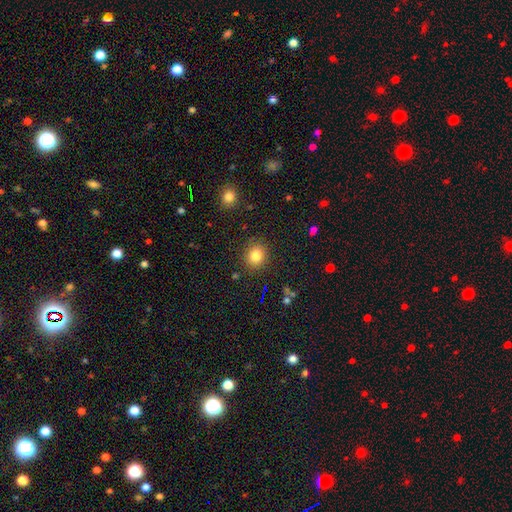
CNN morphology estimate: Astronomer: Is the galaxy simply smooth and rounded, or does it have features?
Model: smooth — 82%.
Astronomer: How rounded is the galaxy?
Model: round — 76%.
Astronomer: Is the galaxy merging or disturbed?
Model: none — 87%.